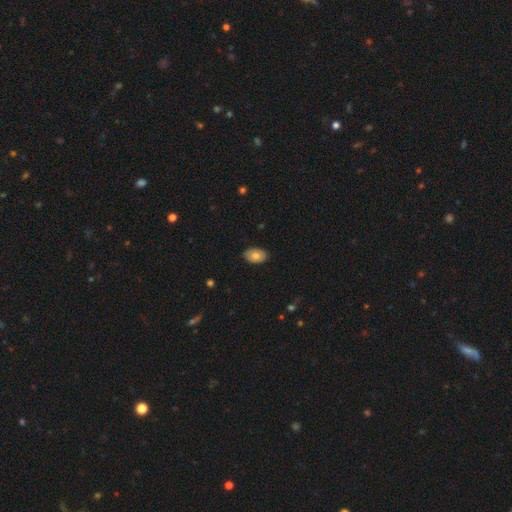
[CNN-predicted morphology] This is likely a smooth galaxy (74%). How rounded: clearly in between (89%). Merging: clearly none (86%).